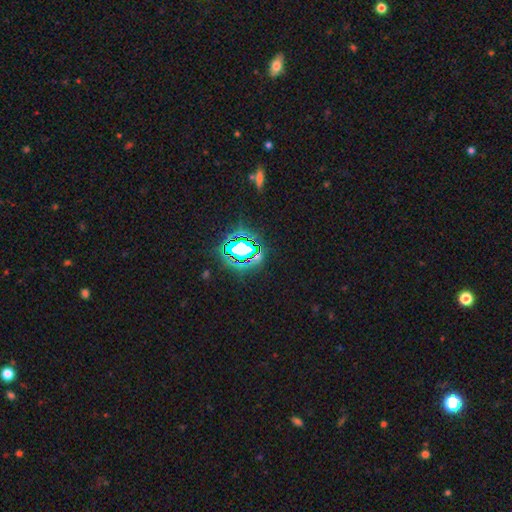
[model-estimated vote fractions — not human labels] smooth-or-featured: star or artifact: 73% | smooth: 16% | featured or disk: 11%